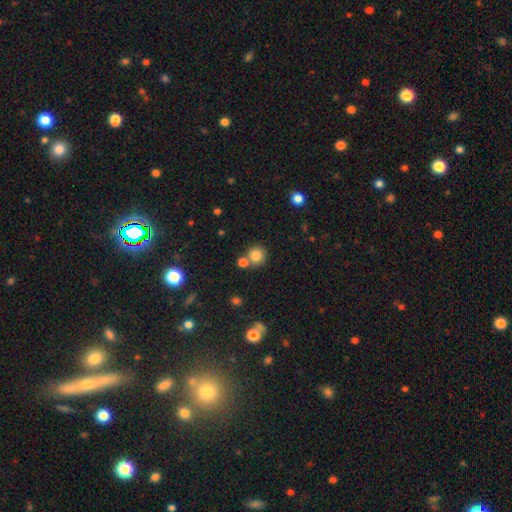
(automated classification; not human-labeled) A smooth galaxy with no disk features (80%) that is round (90%). Merging: none (64%).